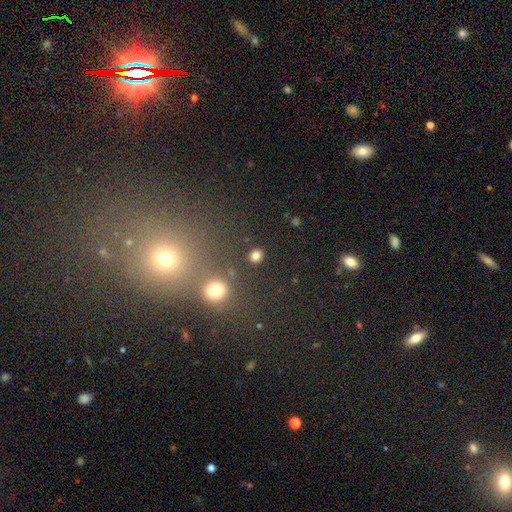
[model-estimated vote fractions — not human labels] This is clearly a smooth galaxy (81%). How rounded: likely round (73%). Merging: clearly none (87%).